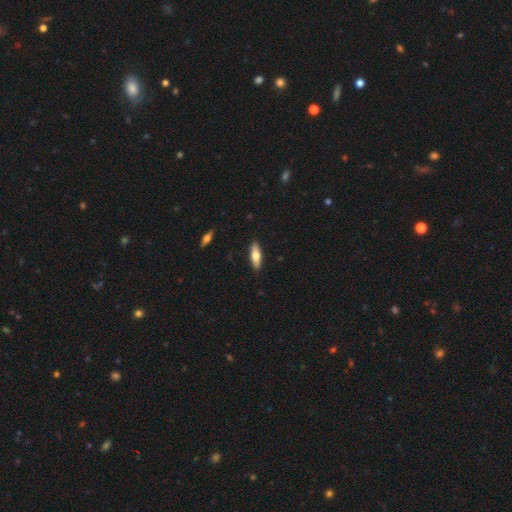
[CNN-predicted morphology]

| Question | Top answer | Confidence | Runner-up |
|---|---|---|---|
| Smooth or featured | smooth | 62% | featured or disk (32%) |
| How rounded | in between | 54% | cigar-shaped (44%) |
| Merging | none | 89% | minor disturbance (8%) |